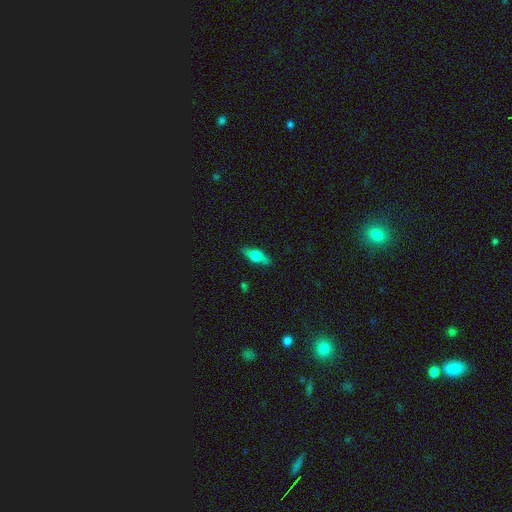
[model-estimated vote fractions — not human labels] Smooth or featured? smooth (47%)
Merging? none (87%)